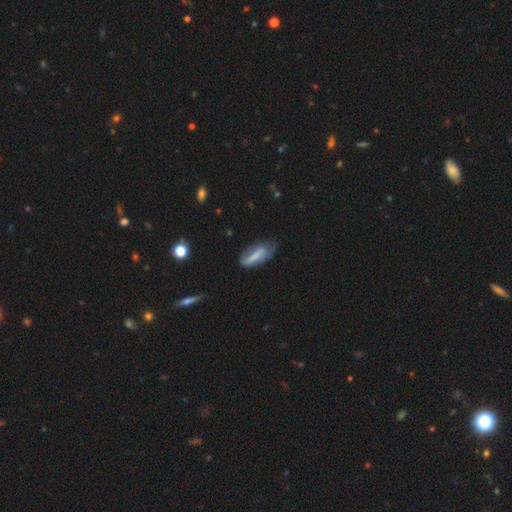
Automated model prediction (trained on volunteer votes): Smooth or featured? Predicted: smooth (p=0.62). How rounded? Predicted: in between (p=0.59). Merging? Predicted: none (p=0.48).